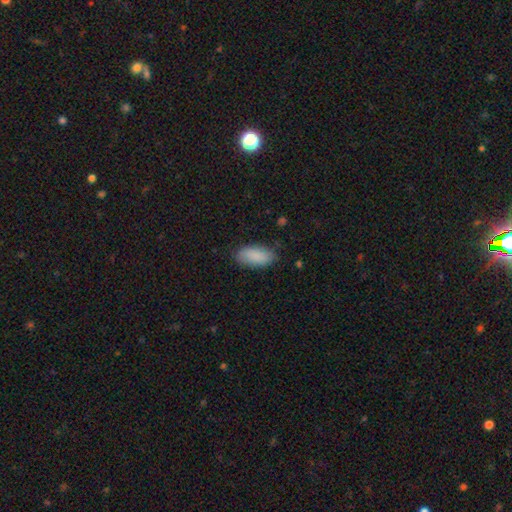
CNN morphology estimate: Smooth or featured: smooth — 88% (star or artifact — 6%)
How rounded: in between — 90% (cigar-shaped — 8%)
Merging: none — 82% (minor disturbance — 14%)